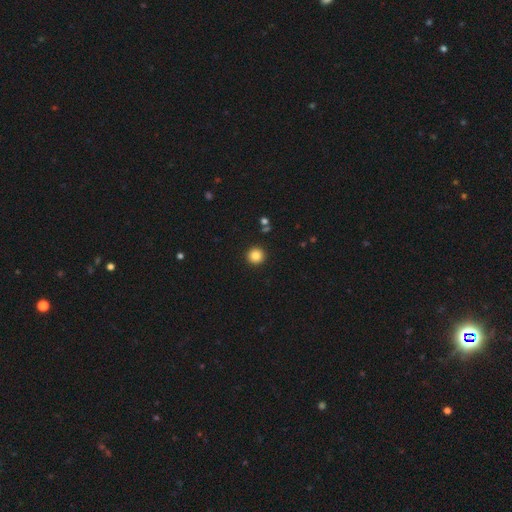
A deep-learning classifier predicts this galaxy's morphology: Smooth or featured?
  - smooth: 85% *
  - star or artifact: 11%
  - featured or disk: 4%
How rounded?
  - round: 96% *
  - in between: 3%
  - cigar-shaped: 1%
Merging?
  - none: 93% *
  - minor disturbance: 4%
  - major disturbance: 2%
  - merger: 1%